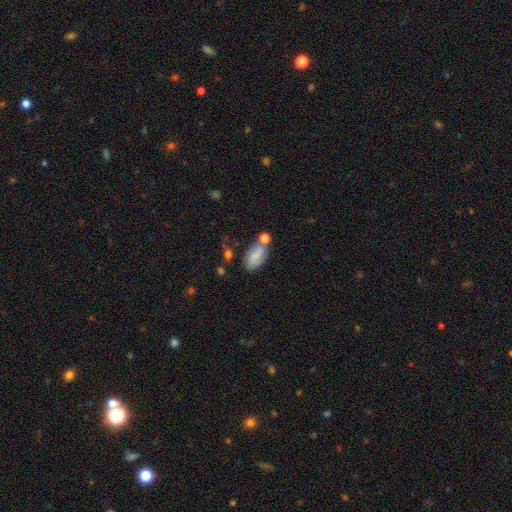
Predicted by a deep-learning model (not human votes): smooth_or_featured: smooth (p=0.71) [alt: featured or disk p=0.20]
how_rounded: in between (p=0.91) [alt: round p=0.06]
merging: none (p=0.50) [alt: merger p=0.21]